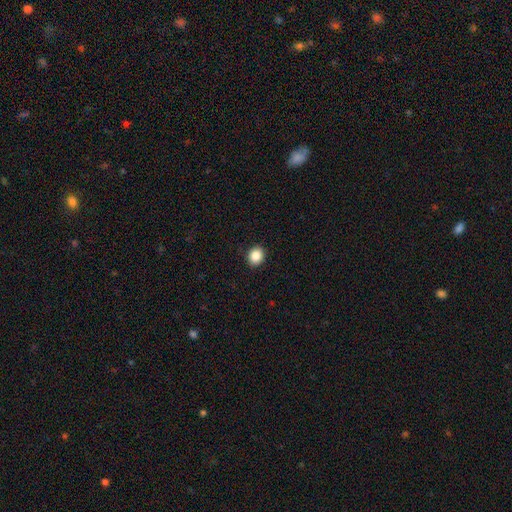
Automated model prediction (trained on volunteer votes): smooth 86%, star or artifact 9%, featured or disk 4%. Down the decision tree: how rounded — round (71%); merging — none (91%).